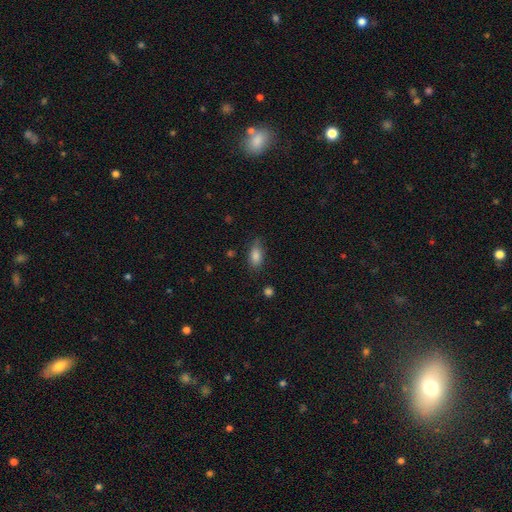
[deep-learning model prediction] This is clearly a smooth galaxy (84%). How rounded: clearly in between (87%). Merging: likely none (72%).